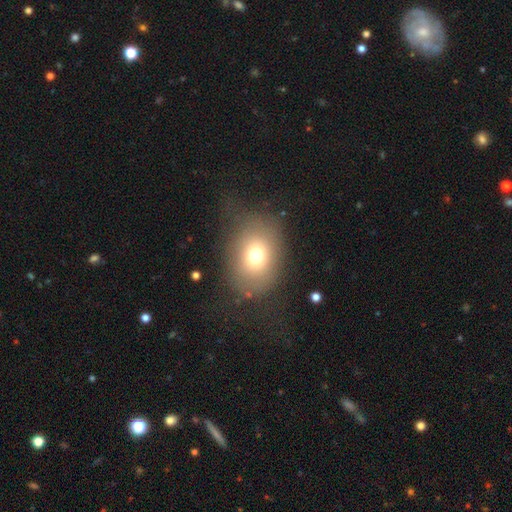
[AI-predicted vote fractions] smooth-or-featured: smooth: 72% | featured or disk: 15% | star or artifact: 13%
  how-rounded: in between: 57% | round: 42% | cigar-shaped: 1%
  merging: none: 61% | minor disturbance: 20% | major disturbance: 17% | merger: 2%